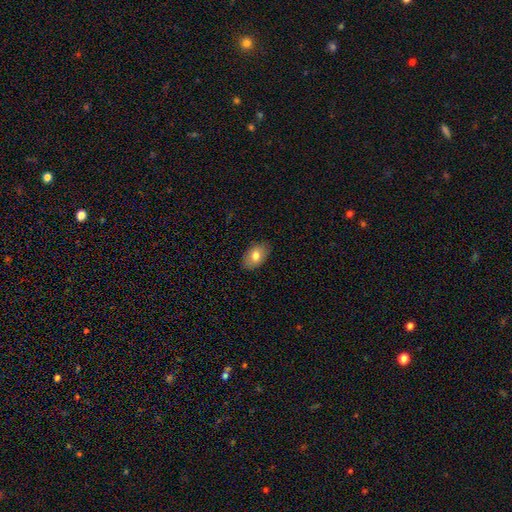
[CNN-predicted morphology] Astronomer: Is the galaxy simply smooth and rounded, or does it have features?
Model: smooth — 77%.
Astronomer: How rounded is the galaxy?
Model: in between — 90%.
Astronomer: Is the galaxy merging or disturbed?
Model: none — 87%.